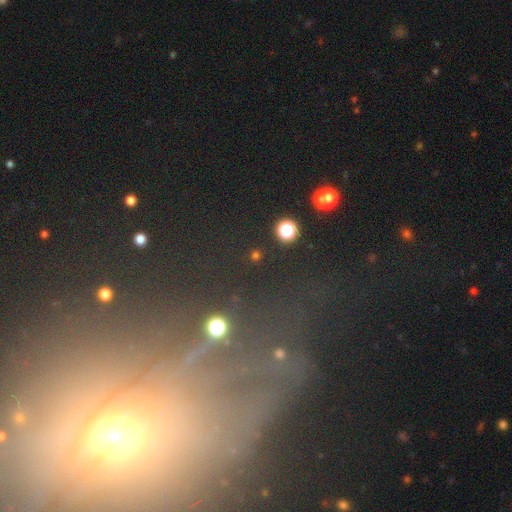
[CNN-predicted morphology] smooth-or-featured: star or artifact: 48% | featured or disk: 27% | smooth: 25%